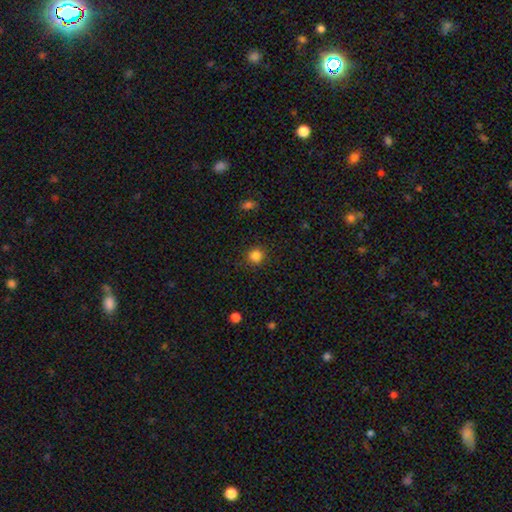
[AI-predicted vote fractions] Smooth or featured?
  - smooth: 84% *
  - star or artifact: 12%
  - featured or disk: 4%
How rounded?
  - round: 91% *
  - in between: 8%
  - cigar-shaped: 1%
Merging?
  - none: 88% *
  - minor disturbance: 8%
  - major disturbance: 3%
  - merger: 1%